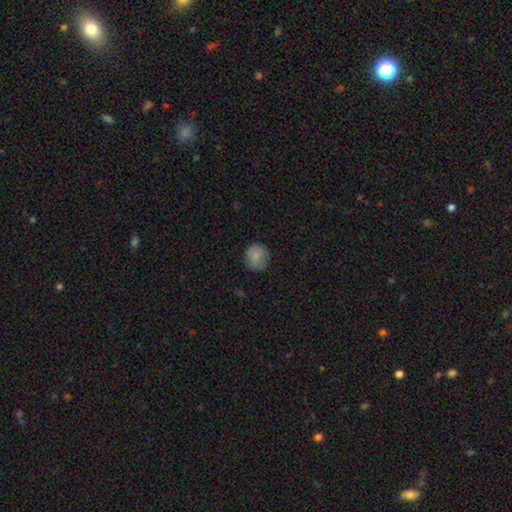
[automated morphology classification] This is clearly a smooth galaxy (83%). How rounded: clearly round (90%). Merging: clearly none (84%).